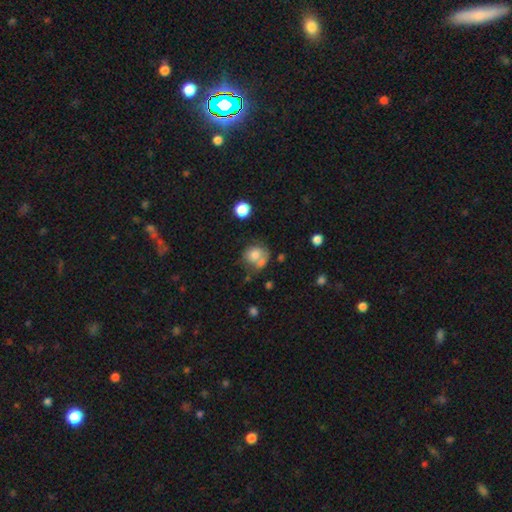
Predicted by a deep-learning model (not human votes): Smooth or featured?
  - smooth: 73% *
  - featured or disk: 17%
  - star or artifact: 10%
How rounded?
  - round: 72% *
  - in between: 28%
  - cigar-shaped: 1%
Merging?
  - none: 39% *
  - merger: 31%
  - minor disturbance: 18%
  - major disturbance: 11%